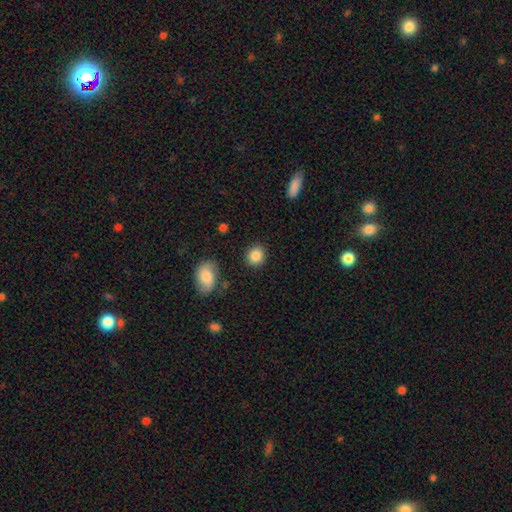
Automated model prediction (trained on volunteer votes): smooth 87%, star or artifact 8%, featured or disk 5%. Down the decision tree: how rounded — round (76%); merging — none (87%).